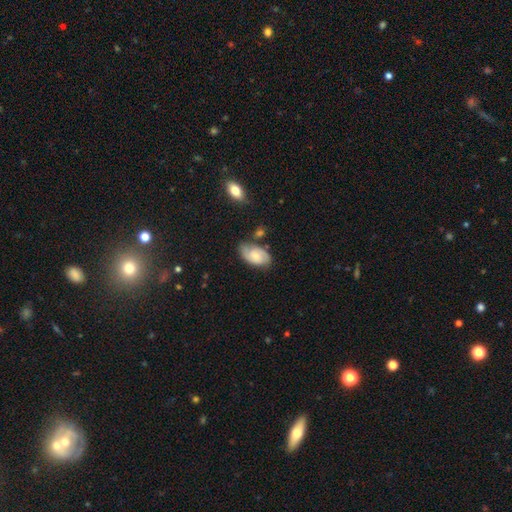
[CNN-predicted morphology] Q: Smooth or featured?
A: featured or disk (62%); runner-up: smooth (31%)
Q: Edge-on disk?
A: no (96%); runner-up: yes (4%)
Q: Bar?
A: no (57%); runner-up: weak (36%)
Q: Spiral arms?
A: yes (91%); runner-up: no (9%)
Q: Spiral winding?
A: medium (44%); runner-up: tight (41%)
Q: Spiral arm count?
A: 2 (82%); runner-up: can't tell (11%)
Q: Bulge size?
A: small (45%); runner-up: moderate (34%)
Q: Merging?
A: none (66%); runner-up: minor disturbance (21%)